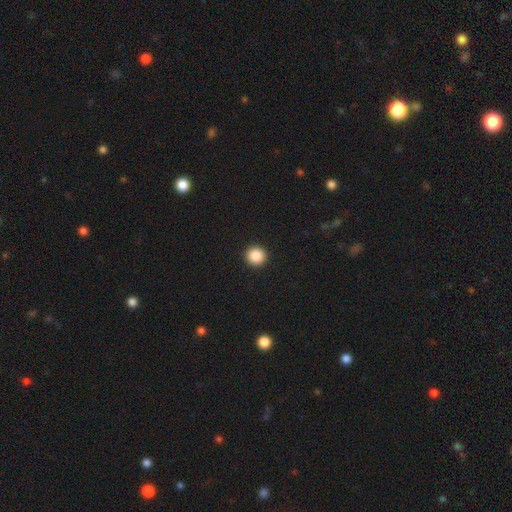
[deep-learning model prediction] This is clearly a smooth galaxy (88%). How rounded: clearly round (96%). Merging: clearly none (94%).